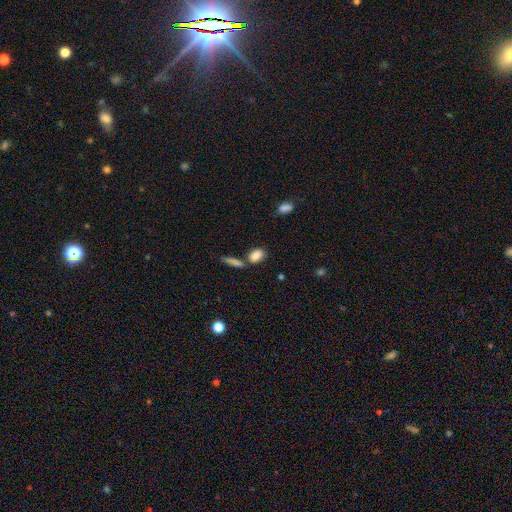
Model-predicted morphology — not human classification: Smooth or featured? Predicted: smooth (p=0.84). How rounded? Predicted: in between (p=0.80). Merging? Predicted: none (p=0.60).